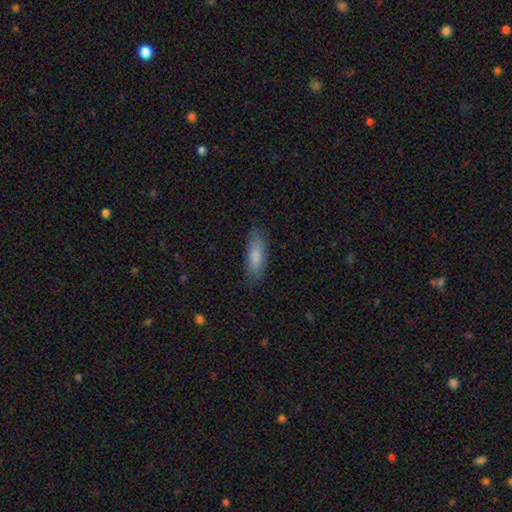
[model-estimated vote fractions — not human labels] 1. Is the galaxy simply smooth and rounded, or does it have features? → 81% smooth, 13% featured or disk, 6% star or artifact.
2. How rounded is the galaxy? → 57% in between, 41% cigar-shaped, 2% round.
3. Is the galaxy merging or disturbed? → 83% none, 13% minor disturbance, 3% major disturbance, 1% merger.